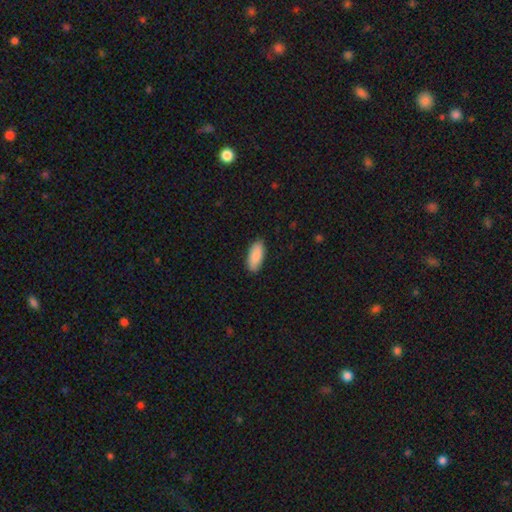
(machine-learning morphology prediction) Q: Smooth or featured?
A: smooth (89%); runner-up: star or artifact (6%)
Q: How rounded?
A: in between (86%); runner-up: cigar-shaped (13%)
Q: Merging?
A: none (88%); runner-up: minor disturbance (10%)